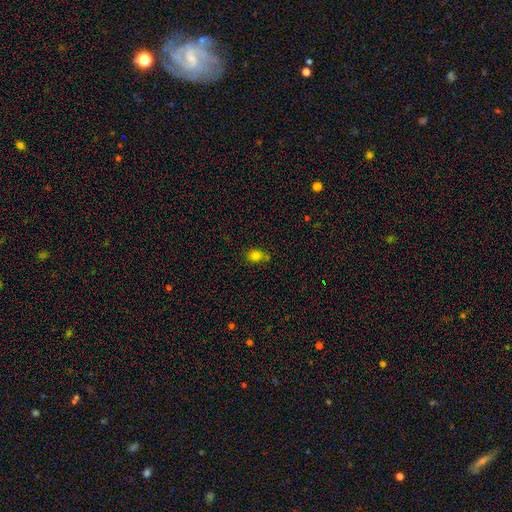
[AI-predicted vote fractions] Smooth or featured? smooth (80%)
How rounded? in between (52%)
Merging? none (61%)